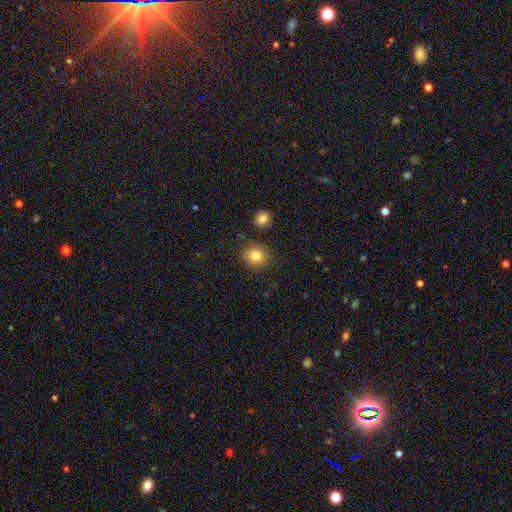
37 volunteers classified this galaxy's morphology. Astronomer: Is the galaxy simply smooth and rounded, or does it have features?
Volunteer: smooth — 86%.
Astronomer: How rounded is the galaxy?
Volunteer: round — 88%.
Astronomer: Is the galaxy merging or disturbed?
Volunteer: none — 94%.